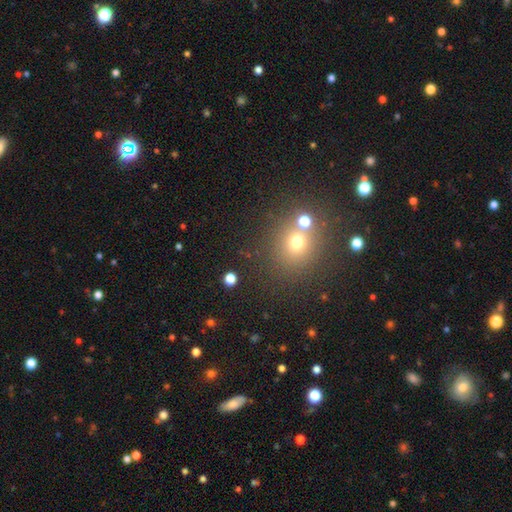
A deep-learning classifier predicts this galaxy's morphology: Smooth or featured? star or artifact (46%, tied with smooth)